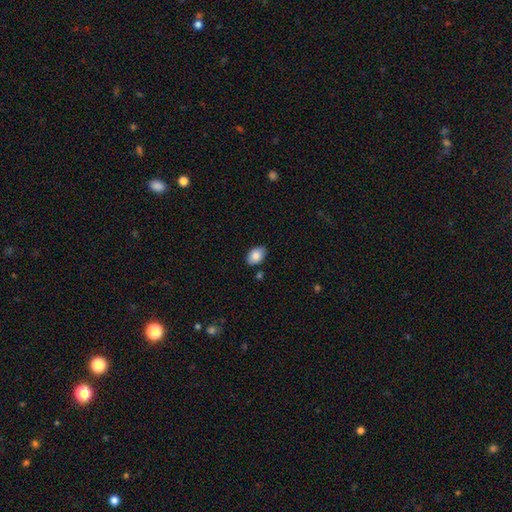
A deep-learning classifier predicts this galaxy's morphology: Smooth or featured?
  - smooth: 85% *
  - featured or disk: 8%
  - star or artifact: 7%
How rounded?
  - in between: 88% *
  - round: 10%
  - cigar-shaped: 1%
Merging?
  - none: 83% *
  - minor disturbance: 12%
  - merger: 3%
  - major disturbance: 2%